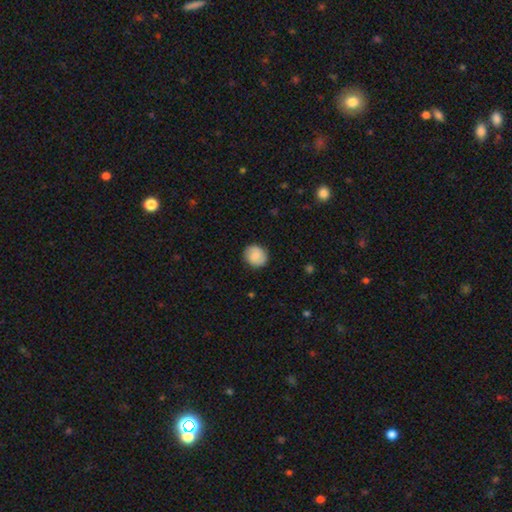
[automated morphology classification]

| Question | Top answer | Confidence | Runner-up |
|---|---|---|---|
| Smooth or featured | smooth | 76% | featured or disk (17%) |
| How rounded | round | 78% | in between (21%) |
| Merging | none | 87% | minor disturbance (9%) |